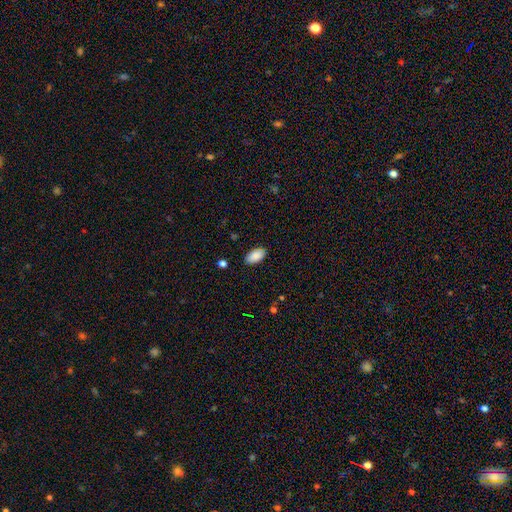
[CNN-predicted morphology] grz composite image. It shows a smooth galaxy with no disk features (89%) that is in between round and cigar-shaped (95%). Merging: none (88%).